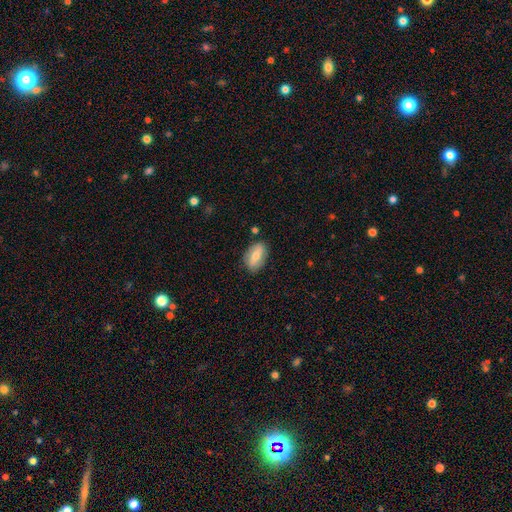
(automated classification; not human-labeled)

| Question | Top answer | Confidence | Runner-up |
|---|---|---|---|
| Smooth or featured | smooth | 68% | featured or disk (25%) |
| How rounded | in between | 89% | round (5%) |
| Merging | none | 81% | minor disturbance (13%) |